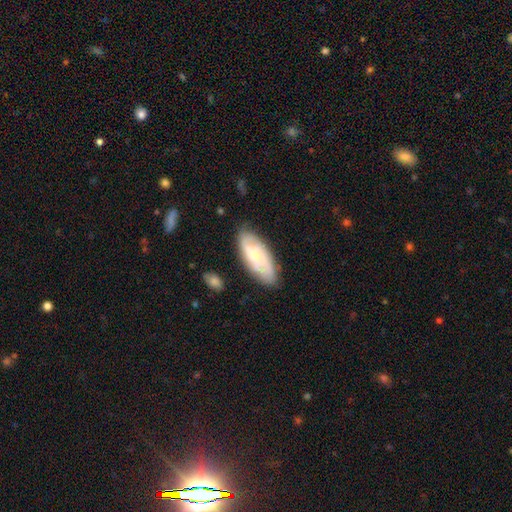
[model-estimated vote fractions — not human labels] Smooth or featured?
  - featured or disk: 55% *
  - smooth: 39%
  - star or artifact: 6%
Edge-on disk?
  - no: 90% *
  - yes: 10%
Merging?
  - none: 74% *
  - minor disturbance: 19%
  - major disturbance: 5%
  - merger: 3%